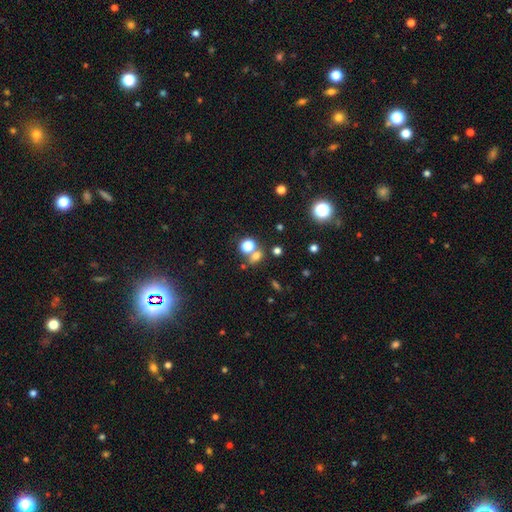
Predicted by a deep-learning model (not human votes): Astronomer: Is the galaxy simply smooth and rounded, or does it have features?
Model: smooth — 66%.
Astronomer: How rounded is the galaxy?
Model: round — 54% (runner-up: in between, 44%).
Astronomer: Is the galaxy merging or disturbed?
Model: none — 55% (runner-up: merger, 30%).